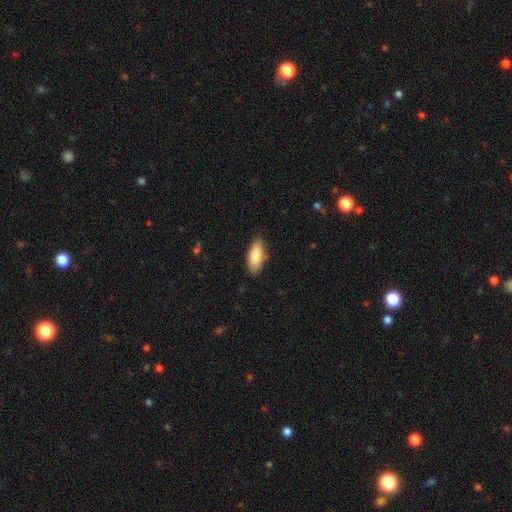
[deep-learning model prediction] smooth-or-featured: smooth: 84% | featured or disk: 10% | star or artifact: 6%
  how-rounded: in between: 83% | cigar-shaped: 15% | round: 2%
  merging: none: 85% | minor disturbance: 12% | major disturbance: 2% | merger: 1%